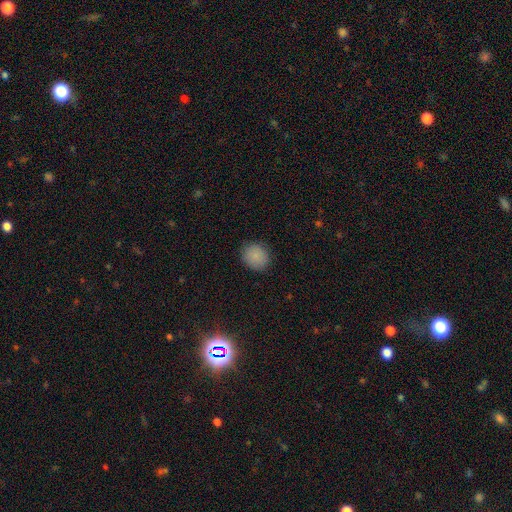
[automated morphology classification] smooth 87%, star or artifact 9%, featured or disk 4%. Down the decision tree: how rounded — round (85%); merging — none (88%).